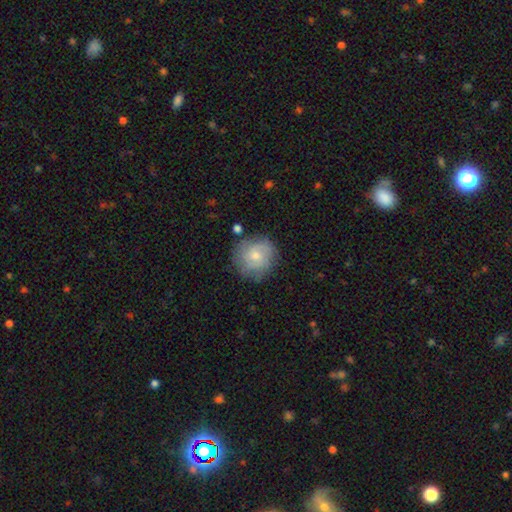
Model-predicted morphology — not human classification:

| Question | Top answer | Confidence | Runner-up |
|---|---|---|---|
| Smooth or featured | smooth | 48% | featured or disk (44%) |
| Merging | none | 75% | minor disturbance (17%) |